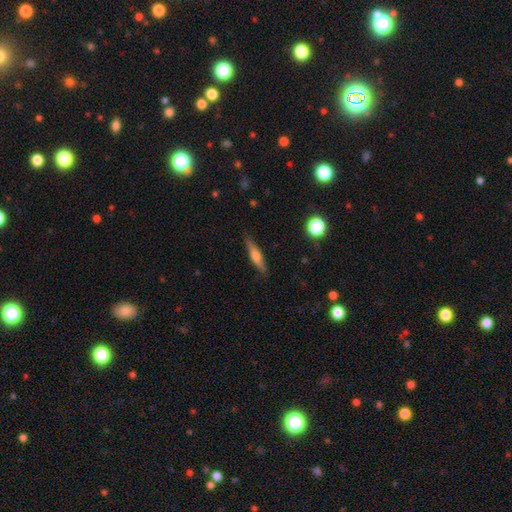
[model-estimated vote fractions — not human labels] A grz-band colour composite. It shows a featured or disk galaxy (47%). Merging: none (87%).